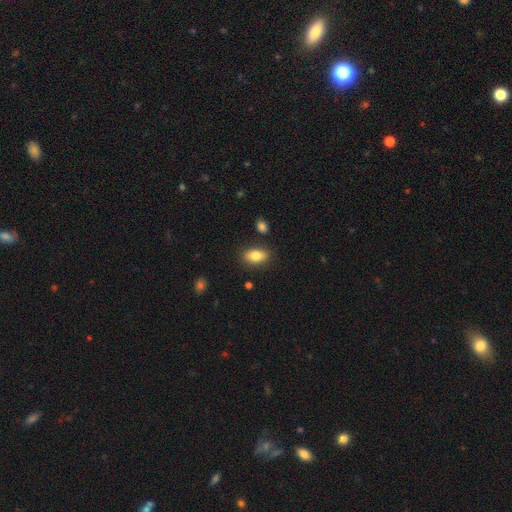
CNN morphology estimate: A smooth galaxy with no disk features (82%) that is in between round and cigar-shaped (88%). Merging: none (84%).